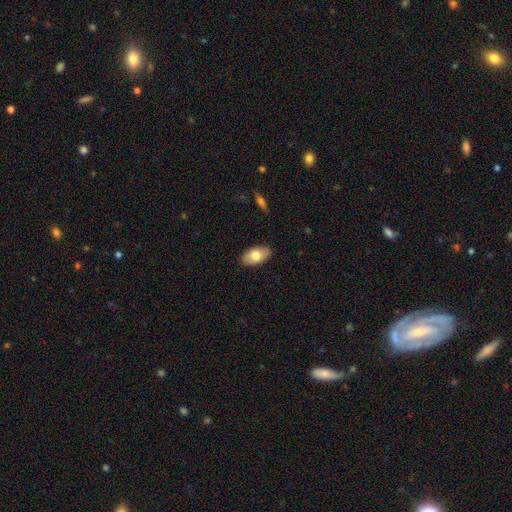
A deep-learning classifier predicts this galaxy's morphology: Q: Smooth or featured?
A: smooth (76%); runner-up: featured or disk (18%)
Q: How rounded?
A: in between (94%); runner-up: round (4%)
Q: Merging?
A: none (88%); runner-up: minor disturbance (9%)